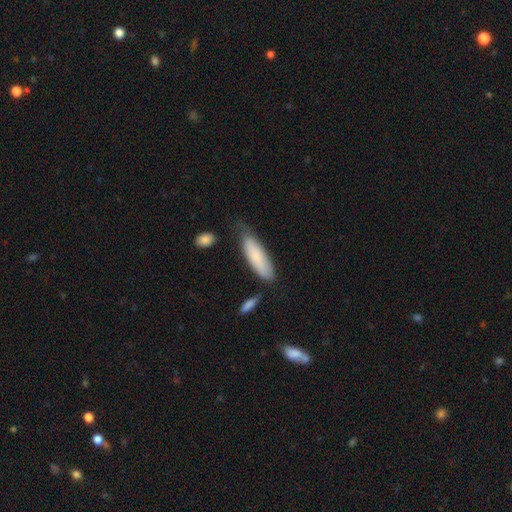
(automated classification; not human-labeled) smooth_or_featured: smooth (p=0.78) [alt: featured or disk p=0.16]
how_rounded: cigar-shaped (p=0.59) [alt: in between p=0.40]
merging: none (p=0.56) [alt: minor disturbance p=0.32]